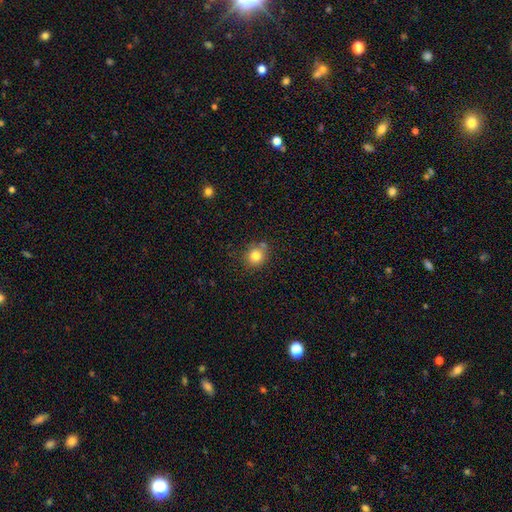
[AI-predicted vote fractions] A smooth galaxy with no disk features (81%) that is round (85%).

Vote fractions:
- Smooth or featured? smooth: 81% / star or artifact: 11% / featured or disk: 7%
- How rounded? round: 85% / in between: 14% / cigar-shaped: 1%
- Merging? none: 74% / minor disturbance: 14% / merger: 9% / major disturbance: 3%